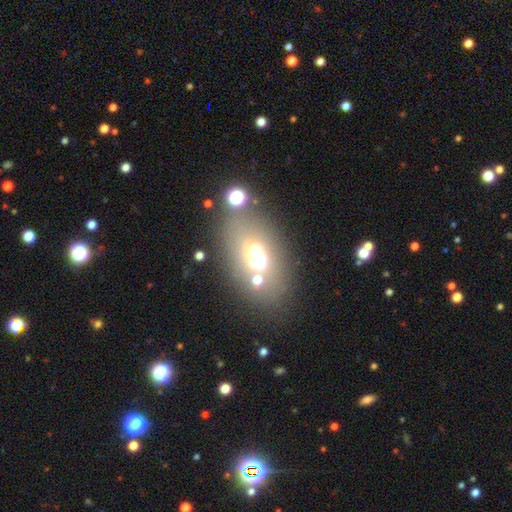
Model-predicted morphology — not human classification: A smooth galaxy with no disk features (46%). Merging: none (53%).